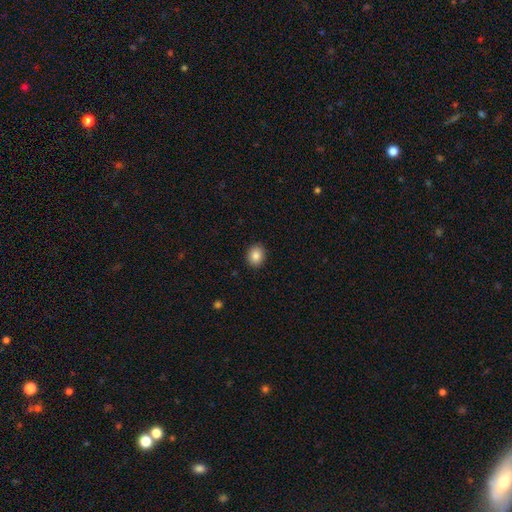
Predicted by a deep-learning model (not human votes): Morphology: type=smooth (86%); roundness=round (59%); merging=none (90%).